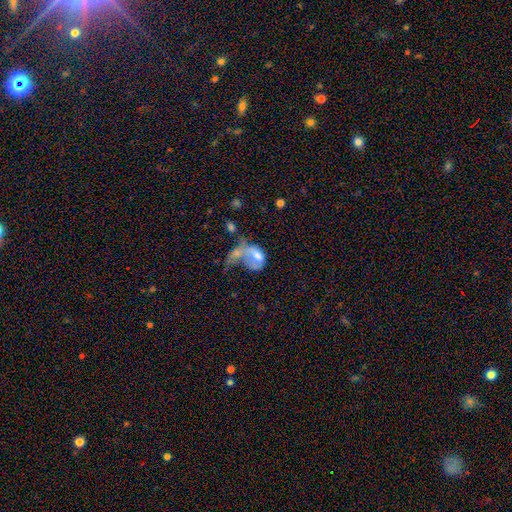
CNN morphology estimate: Smooth or featured? smooth (53%)
How rounded? in between (77%)
Merging? merger (49%)